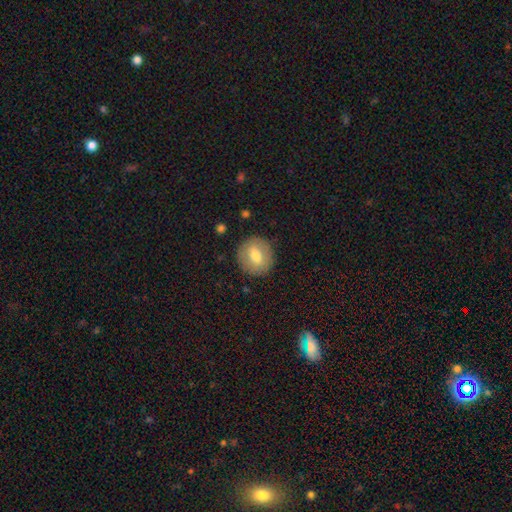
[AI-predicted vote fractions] This appears to be a smooth galaxy with no disk features (65%) that is round (85%). Merging: none (88%).